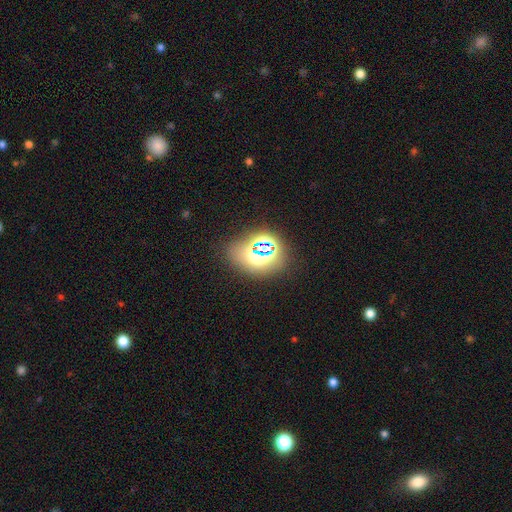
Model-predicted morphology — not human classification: A star or artifact, not a galaxy (46%).

Vote fractions:
- Smooth or featured? star or artifact: 46% / smooth: 40% / featured or disk: 14%